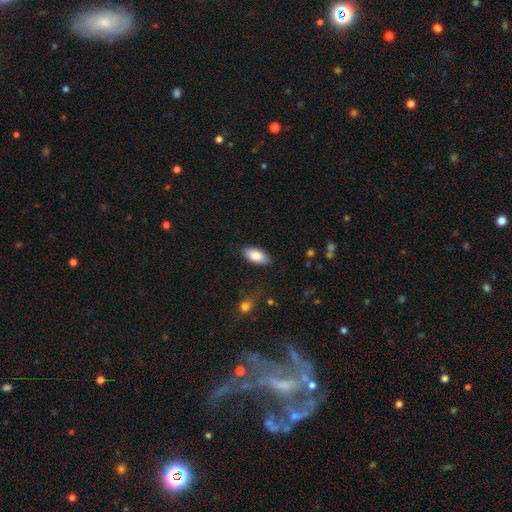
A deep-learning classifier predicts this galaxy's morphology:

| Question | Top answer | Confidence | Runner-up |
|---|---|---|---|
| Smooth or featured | smooth | 85% | featured or disk (9%) |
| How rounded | in between | 91% | cigar-shaped (7%) |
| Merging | none | 85% | minor disturbance (11%) |